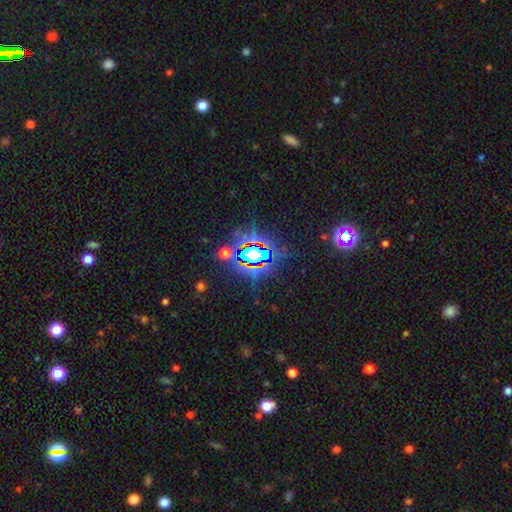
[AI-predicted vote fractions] smooth-or-featured: star or artifact: 83% | smooth: 10% | featured or disk: 7%